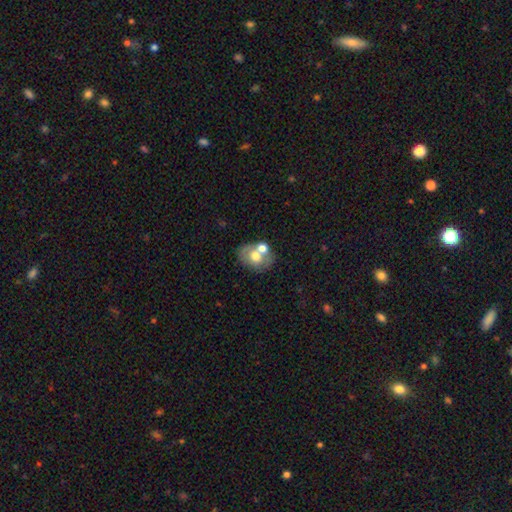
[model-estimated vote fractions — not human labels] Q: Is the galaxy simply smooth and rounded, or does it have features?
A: smooth — 58%.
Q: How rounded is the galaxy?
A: in between — 59%.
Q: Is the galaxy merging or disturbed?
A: none — 49%.